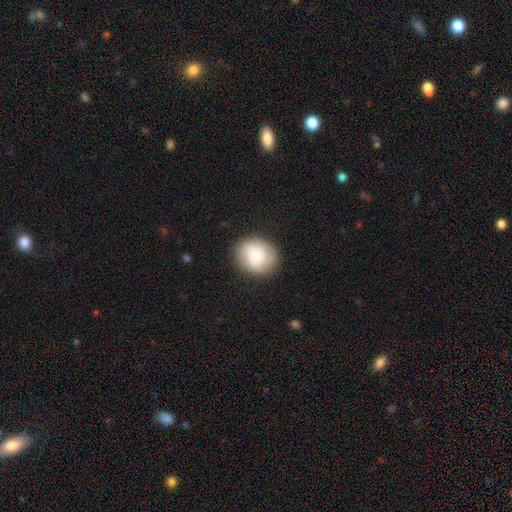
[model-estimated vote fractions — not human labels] smooth-or-featured: smooth: 68% | featured or disk: 25% | star or artifact: 8%
  how-rounded: round: 70% | in between: 29% | cigar-shaped: 1%
  merging: none: 85% | minor disturbance: 11% | major disturbance: 3% | merger: 1%